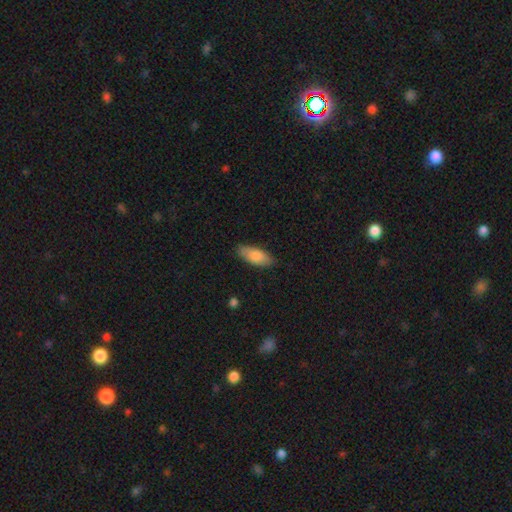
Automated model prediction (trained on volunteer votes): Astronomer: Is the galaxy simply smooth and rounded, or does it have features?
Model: smooth — 83%.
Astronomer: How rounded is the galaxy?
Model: in between — 80%.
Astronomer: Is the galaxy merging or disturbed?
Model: none — 84%.